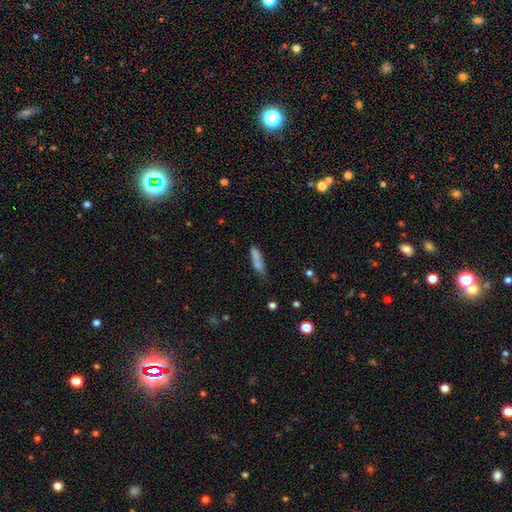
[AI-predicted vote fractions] Smooth or featured?
  - smooth: 74% *
  - featured or disk: 16%
  - star or artifact: 10%
How rounded?
  - cigar-shaped: 71% *
  - in between: 27%
  - round: 3%
Merging?
  - none: 56% *
  - minor disturbance: 25%
  - merger: 11%
  - major disturbance: 9%